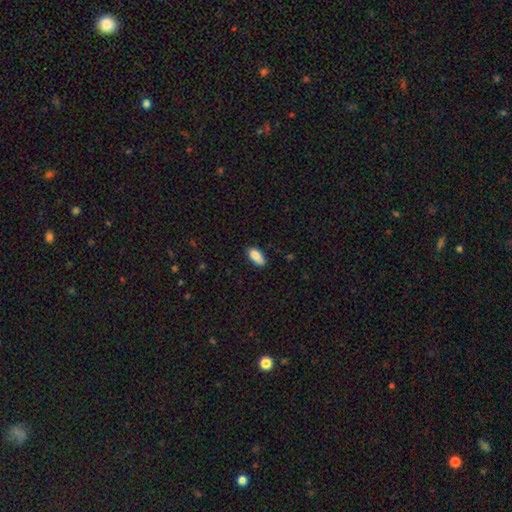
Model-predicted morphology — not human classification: smooth-or-featured: smooth: 87% | star or artifact: 7% | featured or disk: 5%
  how-rounded: in between: 87% | cigar-shaped: 10% | round: 3%
  merging: none: 73% | minor disturbance: 22% | major disturbance: 3% | merger: 2%